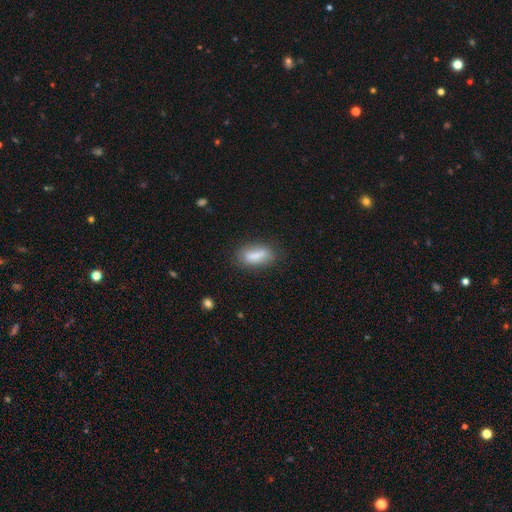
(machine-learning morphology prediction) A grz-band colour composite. It shows a smooth galaxy with no disk features (77%) that is in between round and cigar-shaped (73%). Merging: none (71%).